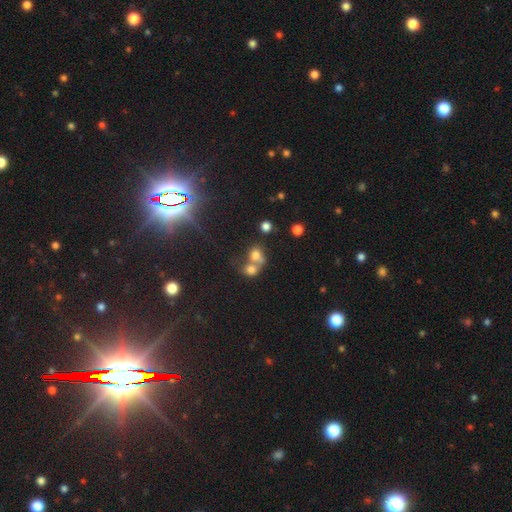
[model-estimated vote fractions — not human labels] smooth_or_featured: smooth (p=0.69) [alt: star or artifact p=0.16]
how_rounded: round (p=0.63) [alt: in between p=0.36]
merging: merger (p=0.64) [alt: none p=0.25]